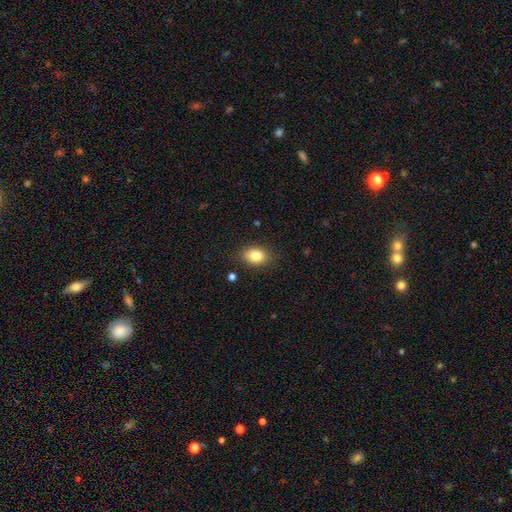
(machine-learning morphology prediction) Q: Smooth or featured?
A: smooth (83%); runner-up: star or artifact (9%)
Q: How rounded?
A: in between (75%); runner-up: round (23%)
Q: Merging?
A: none (84%); runner-up: minor disturbance (11%)